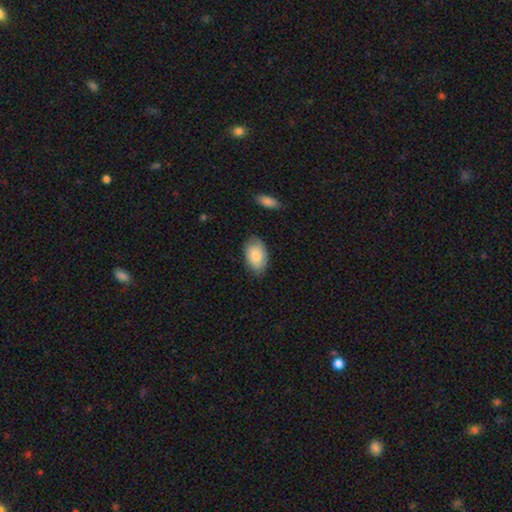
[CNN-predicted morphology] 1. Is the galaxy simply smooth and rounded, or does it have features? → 82% smooth, 12% featured or disk, 6% star or artifact.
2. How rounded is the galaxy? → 92% in between, 6% round, 1% cigar-shaped.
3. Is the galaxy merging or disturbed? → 79% none, 16% minor disturbance, 3% major disturbance, 2% merger.